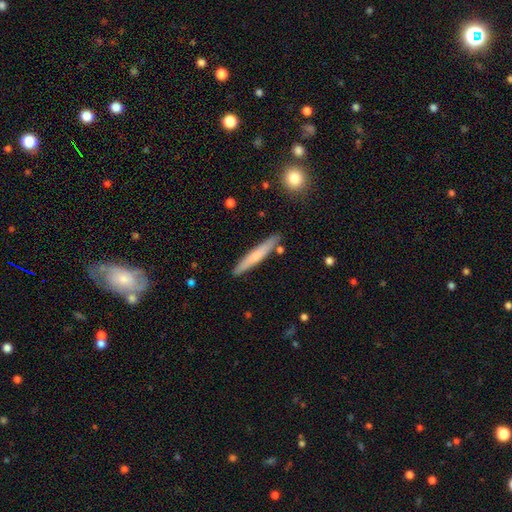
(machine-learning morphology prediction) smooth 58%, featured or disk 36%, star or artifact 6%. Down the decision tree: how rounded — cigar-shaped (94%); merging — none (86%).